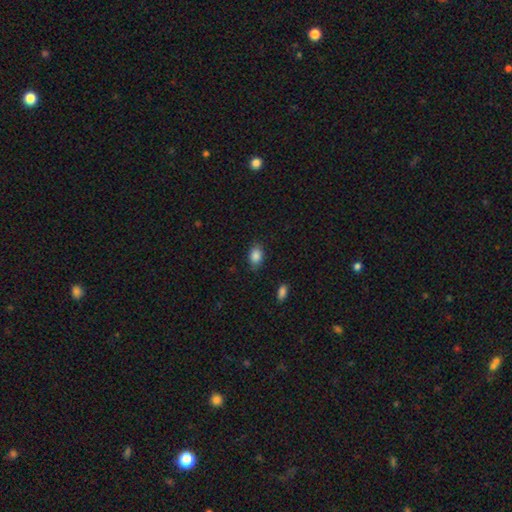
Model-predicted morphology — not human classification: Smooth or featured? smooth (87%)
How rounded? in between (77%)
Merging? none (81%)